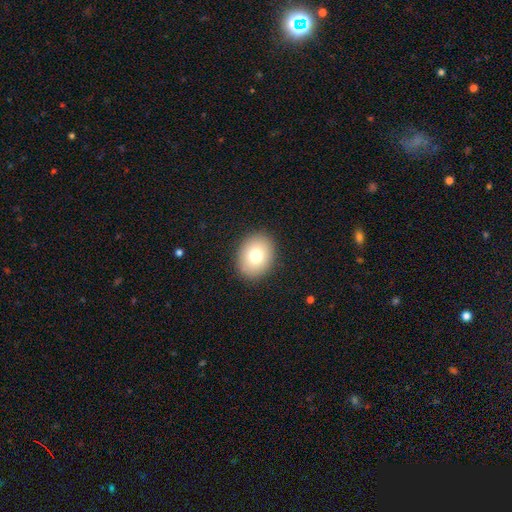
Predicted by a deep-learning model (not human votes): Smooth or featured? smooth (76%)
How rounded? round (52%)
Merging? none (90%)